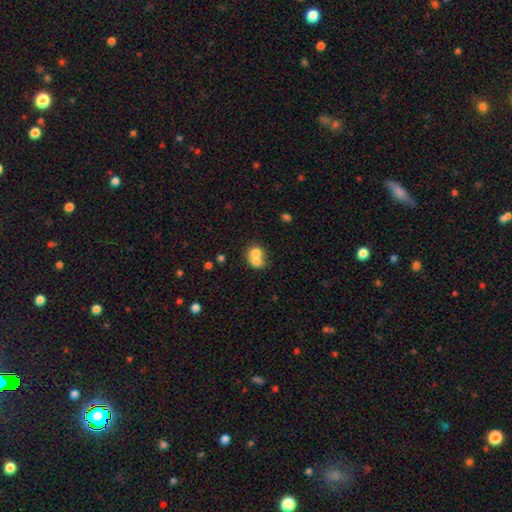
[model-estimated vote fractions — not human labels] smooth_or_featured: smooth (p=0.69) [alt: featured or disk p=0.21]
how_rounded: round (p=0.62) [alt: in between p=0.37]
merging: merger (p=0.71) [alt: none p=0.20]